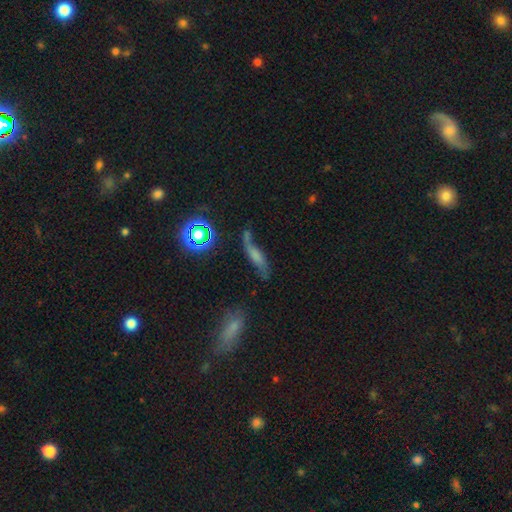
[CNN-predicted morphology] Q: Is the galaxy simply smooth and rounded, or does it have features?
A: featured or disk — 45%.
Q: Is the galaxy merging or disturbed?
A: none — 43%.